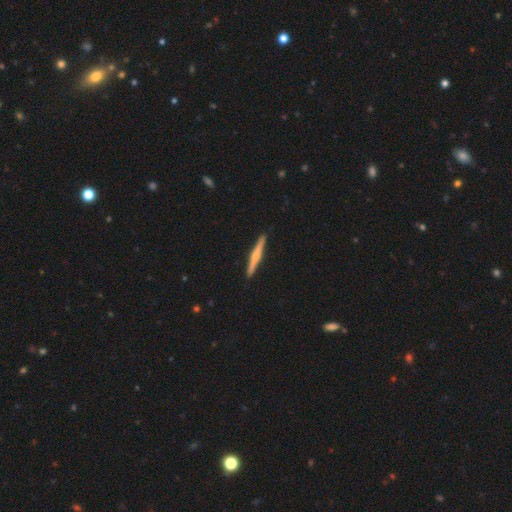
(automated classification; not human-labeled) Smooth or featured?
  - featured or disk: 59% *
  - smooth: 36%
  - star or artifact: 5%
Edge-on disk?
  - yes: 98% *
  - no: 2%
Edge-on bulge?
  - rounded: 71% *
  - none: 19%
  - boxy: 11%
Merging?
  - none: 92% *
  - minor disturbance: 6%
  - major disturbance: 1%
  - merger: 1%